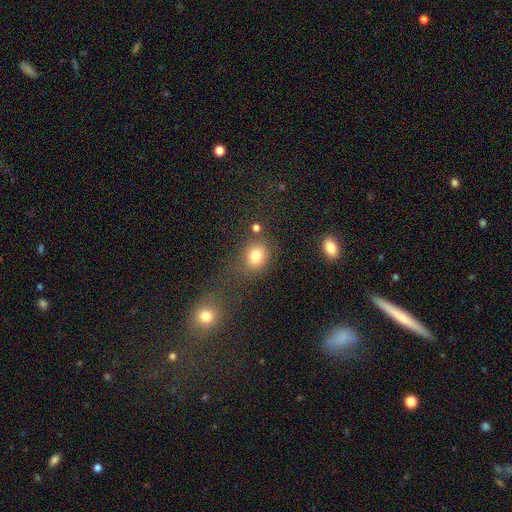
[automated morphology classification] A smooth galaxy with no disk features (79%) that is round (66%).

Vote fractions:
- Smooth or featured? smooth: 79% / star or artifact: 13% / featured or disk: 8%
- How rounded? round: 66% / in between: 32% / cigar-shaped: 1%
- Merging? none: 67% / minor disturbance: 14% / merger: 12% / major disturbance: 7%